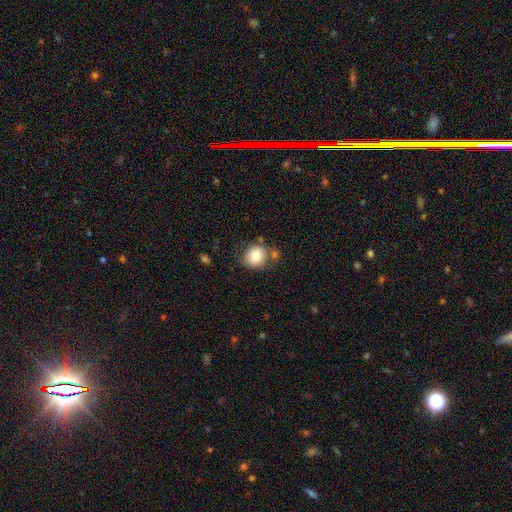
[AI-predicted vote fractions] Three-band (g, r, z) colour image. It shows a smooth galaxy with no disk features (80%) that is round (77%). Merging: none (68%).